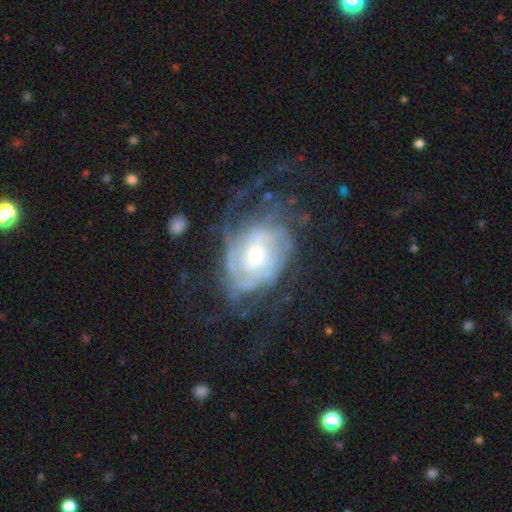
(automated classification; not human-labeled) This is clearly a featured or disk galaxy (82%). It is clearly not viewed edge-on (96%). Bar: likely no (71%). Spiral arm pattern: clearly yes (86%). Spiral arm count: possibly can't tell (48%). Spiral winding: possibly tight (55%). Central bulge: possibly small (53%). Merging: possibly none (51%).